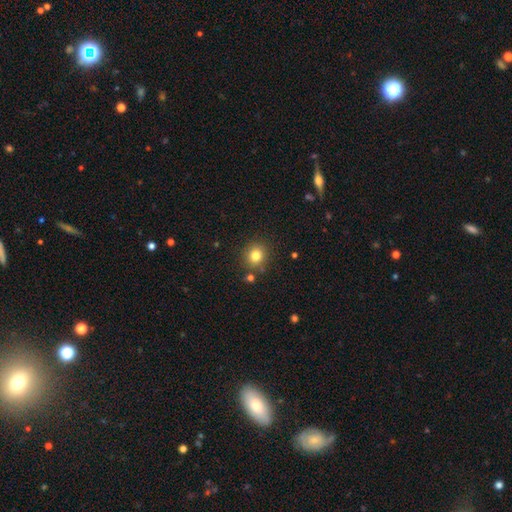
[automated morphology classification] The model was most divided on "how rounded": round: 82%, in between: 17%, cigar-shaped: 1%. More confident: merging — none (83%); smooth or featured — smooth (81%).